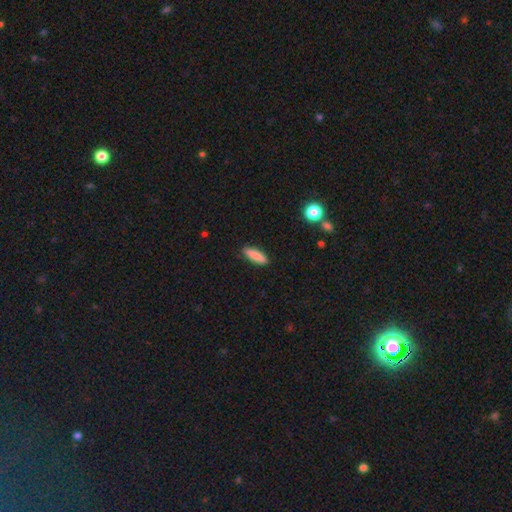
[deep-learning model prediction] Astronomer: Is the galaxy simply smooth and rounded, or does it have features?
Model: smooth — 83%.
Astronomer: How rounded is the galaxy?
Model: cigar-shaped — 53% (runner-up: in between, 45%).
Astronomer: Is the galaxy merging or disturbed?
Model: none — 88%.